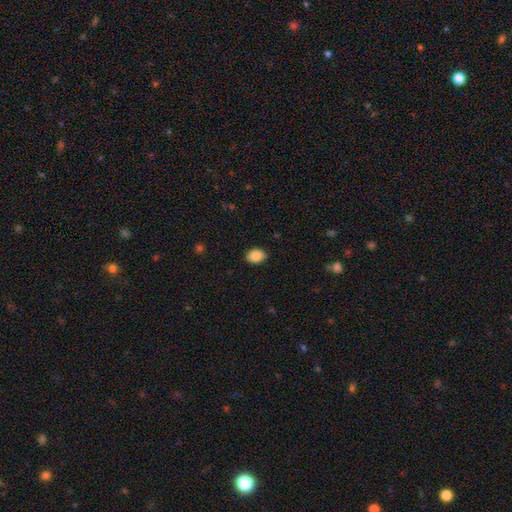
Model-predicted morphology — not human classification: type=smooth (88%); roundness=in between (75%); merging=none (89%).